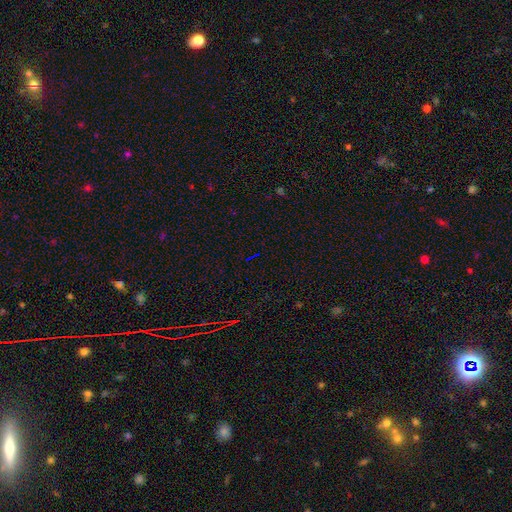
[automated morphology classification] Smooth or featured? Predicted: star or artifact (p=0.74).